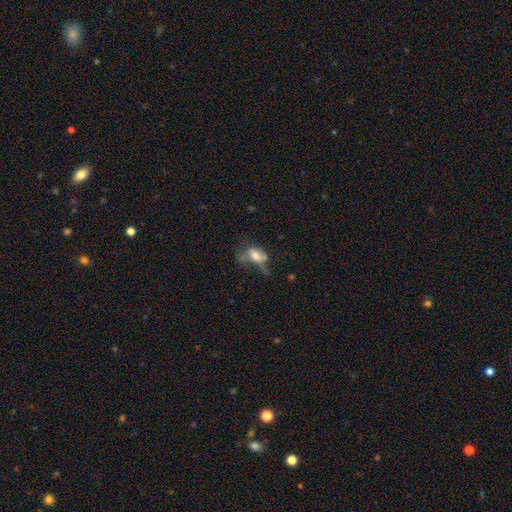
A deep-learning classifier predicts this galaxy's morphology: This appears to be a smooth galaxy with no disk features (59%) that is in between round and cigar-shaped (85%). Merging: major disturbance (44%).